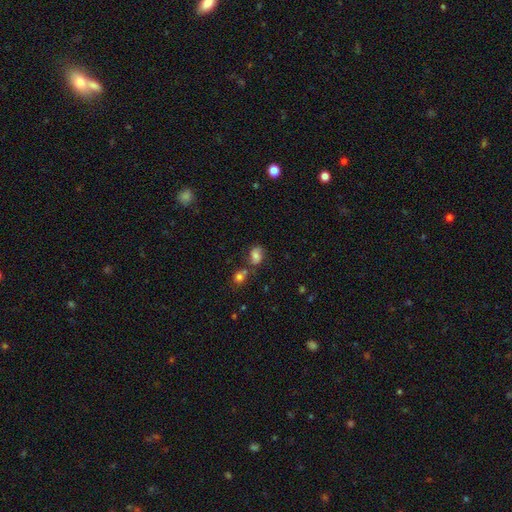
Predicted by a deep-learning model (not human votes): smooth-or-featured: smooth: 61% | featured or disk: 25% | star or artifact: 14%
  how-rounded: in between: 67% | round: 31% | cigar-shaped: 2%
  merging: none: 52% | minor disturbance: 21% | merger: 18% | major disturbance: 8%